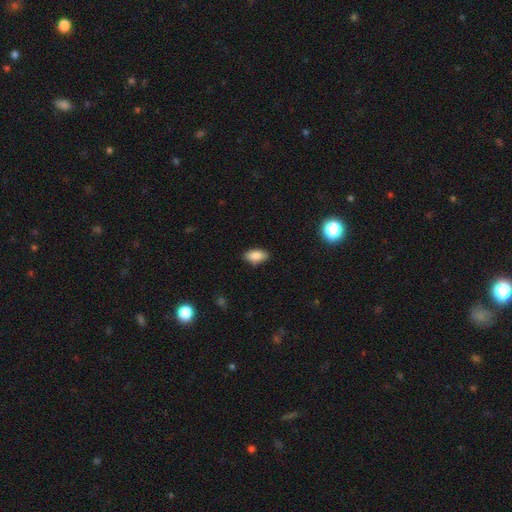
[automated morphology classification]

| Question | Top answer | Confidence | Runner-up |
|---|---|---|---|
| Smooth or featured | smooth | 86% | star or artifact (8%) |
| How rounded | in between | 91% | cigar-shaped (6%) |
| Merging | none | 84% | minor disturbance (12%) |